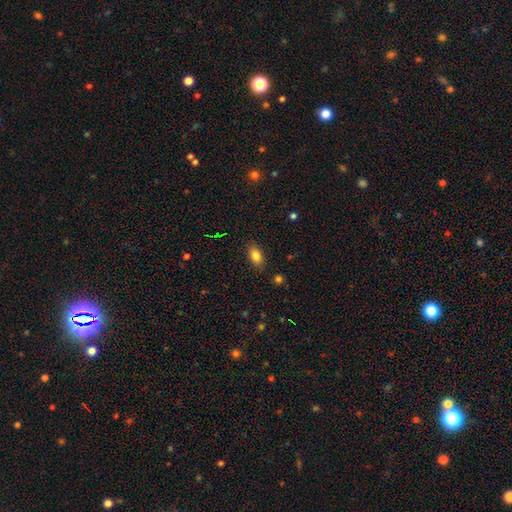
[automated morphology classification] Smooth or featured? smooth (83%)
How rounded? in between (87%)
Merging? none (85%)